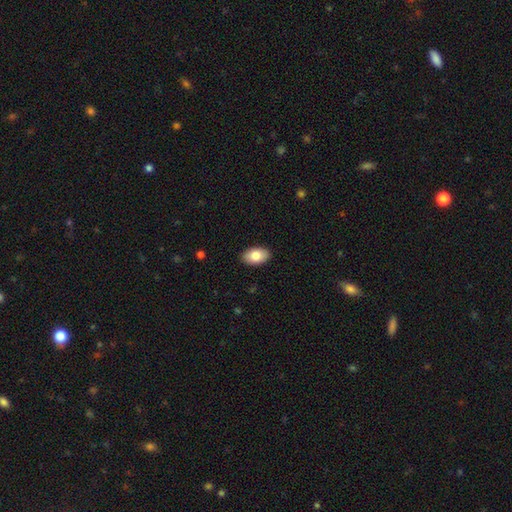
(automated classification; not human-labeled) Q: Smooth or featured?
A: smooth (83%); runner-up: featured or disk (11%)
Q: How rounded?
A: in between (93%); runner-up: round (5%)
Q: Merging?
A: none (90%); runner-up: minor disturbance (8%)